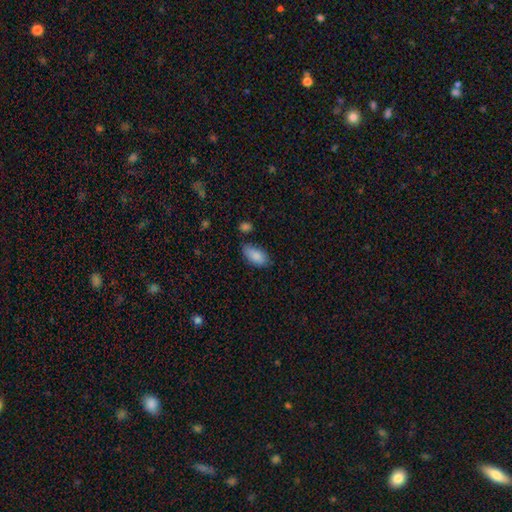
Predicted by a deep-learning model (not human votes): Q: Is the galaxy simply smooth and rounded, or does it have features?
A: smooth — 86%.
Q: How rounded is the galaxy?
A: in between — 90%.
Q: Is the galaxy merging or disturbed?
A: none — 70%.